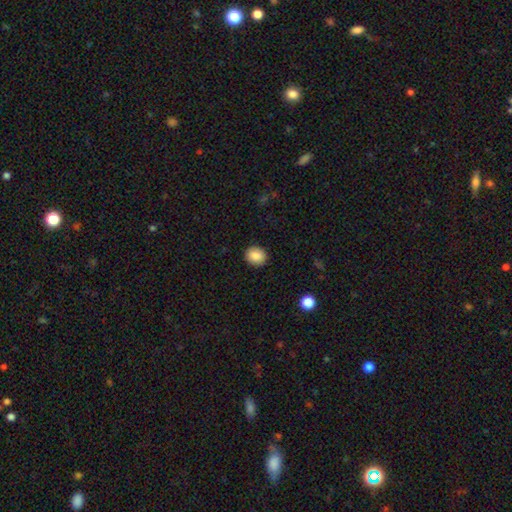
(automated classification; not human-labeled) The model was most divided on "how rounded": round: 73%, in between: 26%, cigar-shaped: 1%. More confident: merging — none (91%); smooth or featured — smooth (87%).